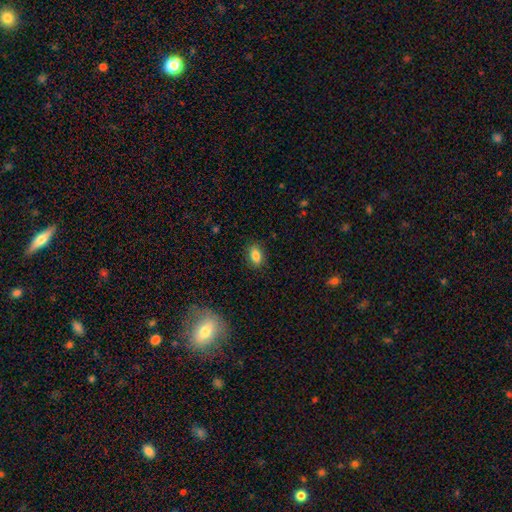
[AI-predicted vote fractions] smooth_or_featured: smooth (p=0.83) [alt: star or artifact p=0.08]
how_rounded: in between (p=0.86) [alt: round p=0.10]
merging: none (p=0.86) [alt: minor disturbance p=0.10]